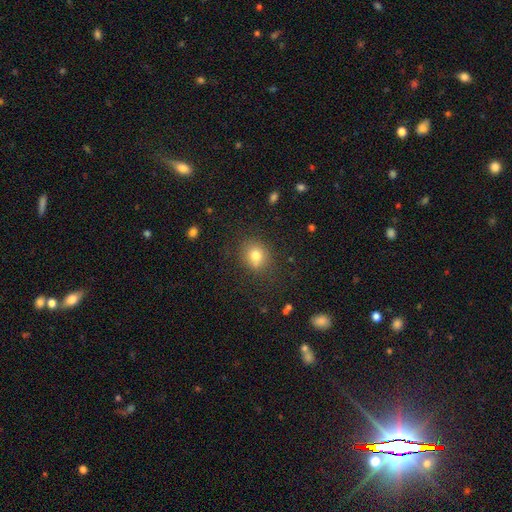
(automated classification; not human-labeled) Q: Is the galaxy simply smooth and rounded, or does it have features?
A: smooth — 77%.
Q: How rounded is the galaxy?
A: round — 72%.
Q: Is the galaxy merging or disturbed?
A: none — 77%.